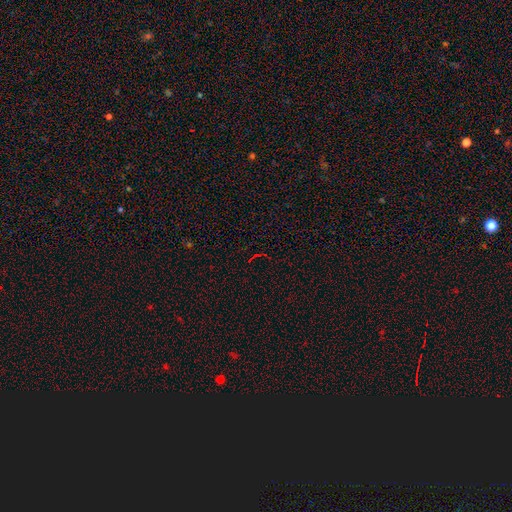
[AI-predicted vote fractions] A star or artifact, not a galaxy (73%).